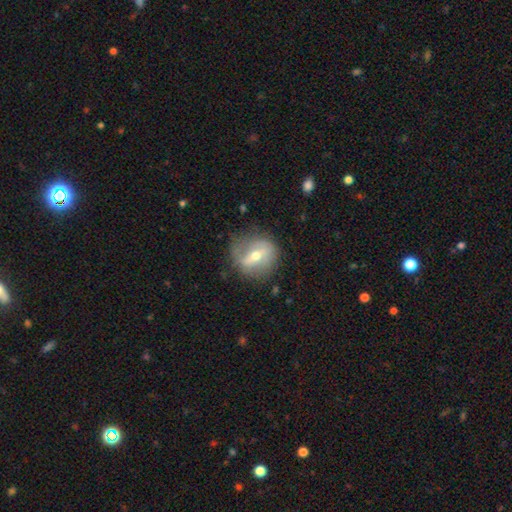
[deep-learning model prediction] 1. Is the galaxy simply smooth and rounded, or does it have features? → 63% featured or disk, 30% smooth, 8% star or artifact.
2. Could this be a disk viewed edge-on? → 90% no, 10% yes.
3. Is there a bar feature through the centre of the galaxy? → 47% strong, 36% weak, 18% no.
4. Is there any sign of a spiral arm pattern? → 50% yes (tied), 50% no (tied).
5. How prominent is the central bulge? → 62% moderate, 33% small, 3% large, 1% none, 1% dominant.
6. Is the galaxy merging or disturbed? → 72% none, 19% minor disturbance, 8% major disturbance, 2% merger.